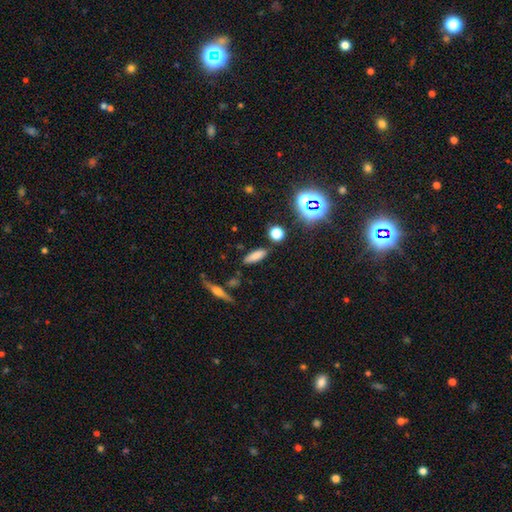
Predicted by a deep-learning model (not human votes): The model was most divided on "how rounded": in between: 55%, cigar-shaped: 41%, round: 5%. More confident: merging — none (84%); smooth or featured — smooth (76%).